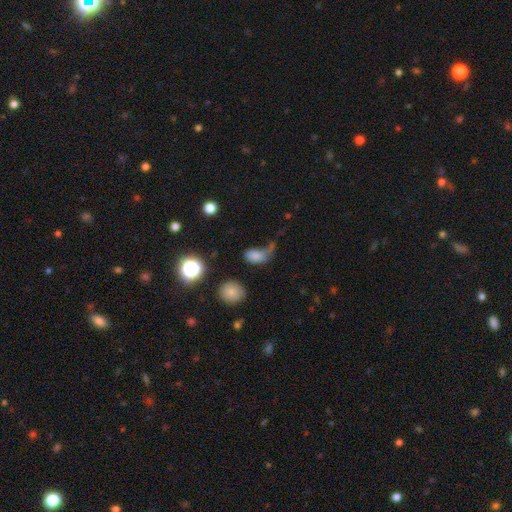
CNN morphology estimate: The model was most divided on "merging": major disturbance: 34%, none: 29%, minor disturbance: 24%, merger: 13%. More confident: how rounded — in between (81%); smooth or featured — smooth (75%).